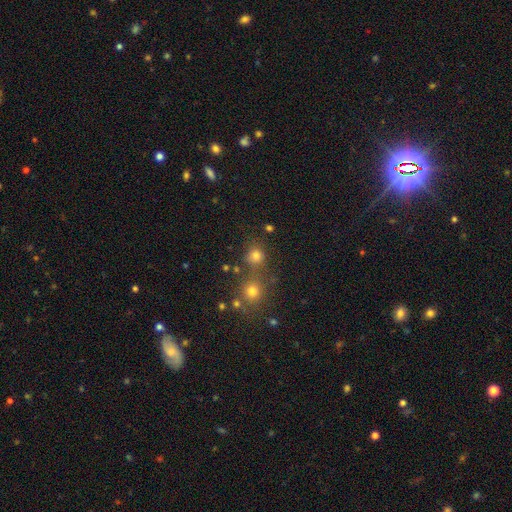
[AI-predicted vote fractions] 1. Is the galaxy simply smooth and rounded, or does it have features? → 75% smooth, 18% star or artifact, 7% featured or disk.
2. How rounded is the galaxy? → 86% round, 13% in between, 1% cigar-shaped.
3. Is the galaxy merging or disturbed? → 64% none, 22% merger, 10% minor disturbance, 5% major disturbance.